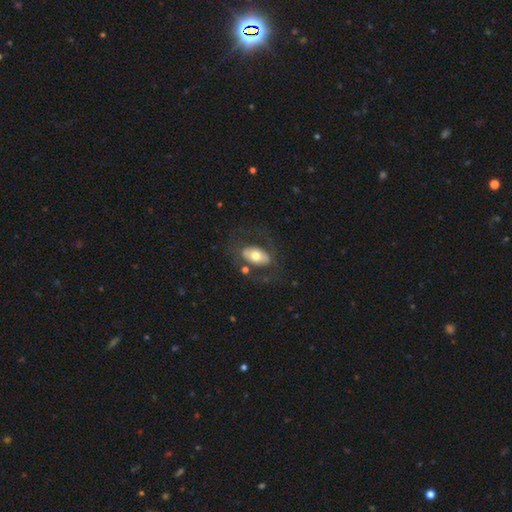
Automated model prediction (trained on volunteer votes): Smooth or featured: smooth — 51% (featured or disk — 43%)
How rounded: in between — 90% (round — 8%)
Merging: none — 66% (minor disturbance — 15%)